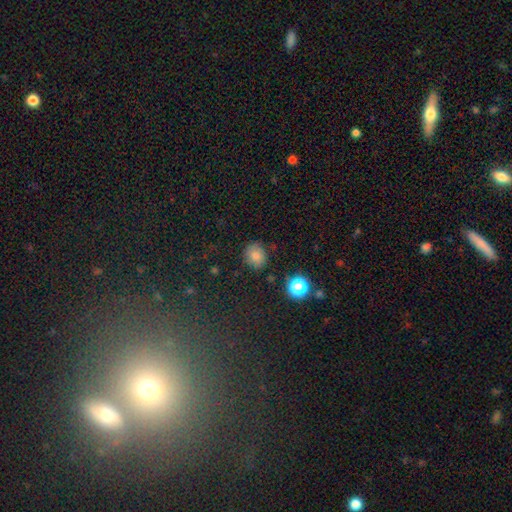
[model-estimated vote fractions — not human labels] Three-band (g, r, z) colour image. It shows a smooth galaxy with no disk features (78%) that is round (65%). Merging: none (81%).